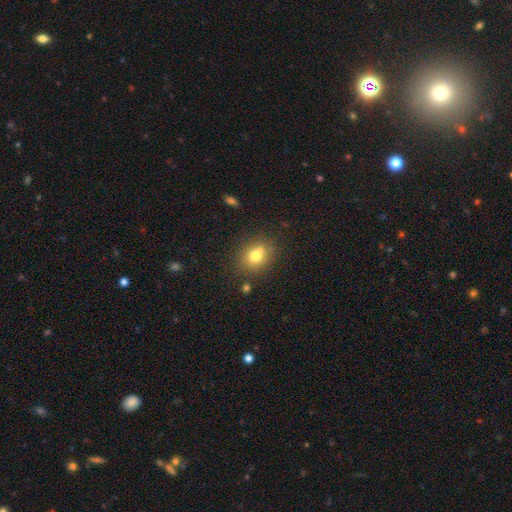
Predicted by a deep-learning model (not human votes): Q: Smooth or featured?
A: smooth (72%); runner-up: featured or disk (16%)
Q: How rounded?
A: round (66%); runner-up: in between (33%)
Q: Merging?
A: none (60%); runner-up: merger (22%)